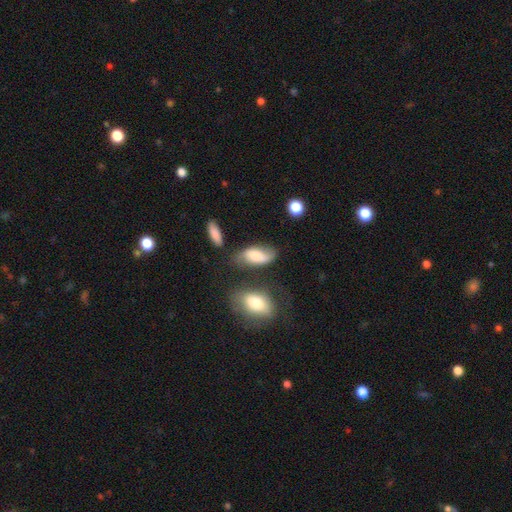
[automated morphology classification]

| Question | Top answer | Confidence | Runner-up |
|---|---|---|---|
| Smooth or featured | smooth | 59% | featured or disk (33%) |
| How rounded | in between | 89% | cigar-shaped (7%) |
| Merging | none | 61% | minor disturbance (23%) |